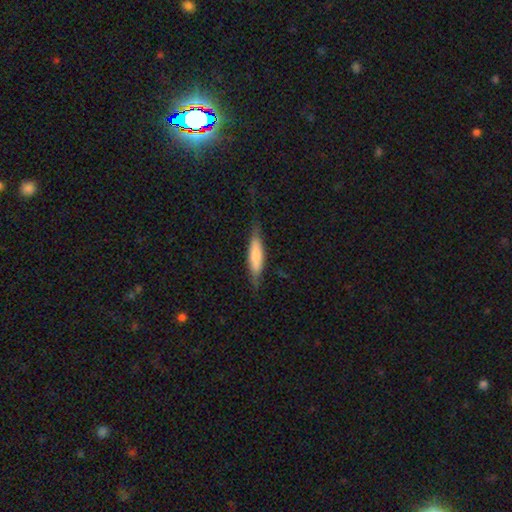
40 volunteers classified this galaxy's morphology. Q: Smooth or featured?
A: smooth (68%); runner-up: featured or disk (20%)
Q: How rounded?
A: cigar-shaped (85%); runner-up: in between (11%)
Q: Merging?
A: none (51%); runner-up: minor disturbance (26%)